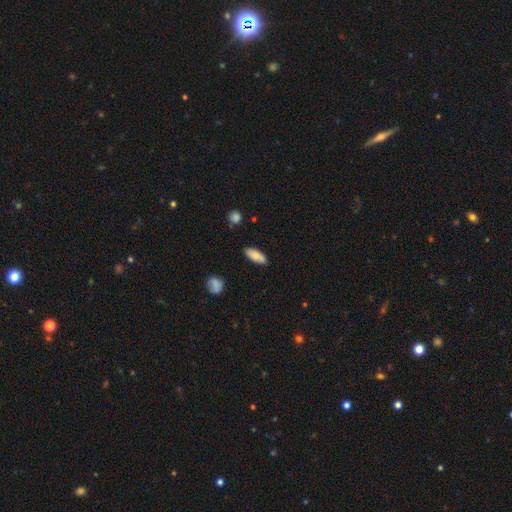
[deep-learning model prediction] Smooth or featured: smooth — 79% (featured or disk — 14%)
How rounded: in between — 75% (cigar-shaped — 23%)
Merging: none — 83% (minor disturbance — 13%)